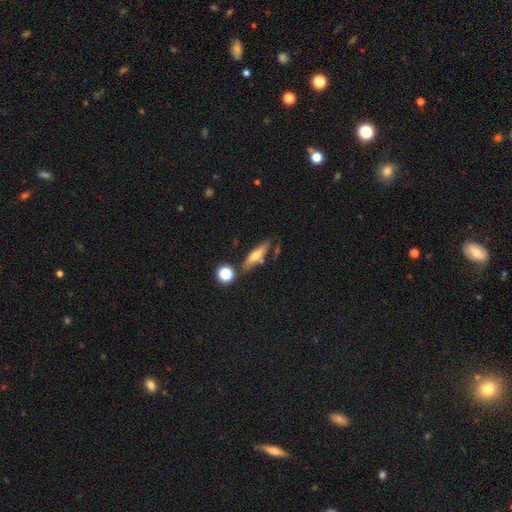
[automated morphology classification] smooth 50%, featured or disk 41%, star or artifact 9%. Down the decision tree: merging — none (68%).